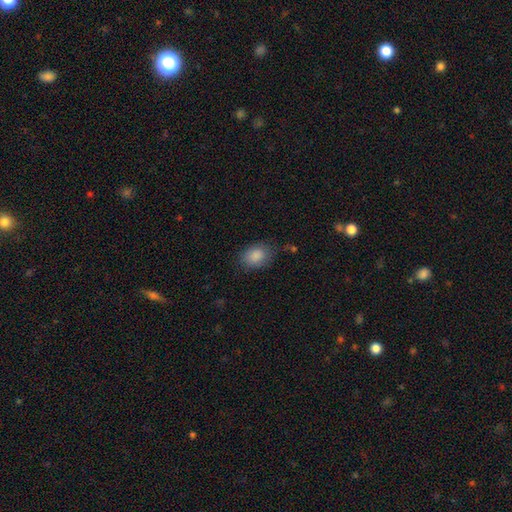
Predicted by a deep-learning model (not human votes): A smooth galaxy with no disk features (87%) that is in between round and cigar-shaped (69%).

Vote fractions:
- Smooth or featured? smooth: 87% / star or artifact: 8% / featured or disk: 5%
- How rounded? in between: 69% / round: 30% / cigar-shaped: 1%
- Merging? none: 72% / minor disturbance: 20% / major disturbance: 6% / merger: 2%